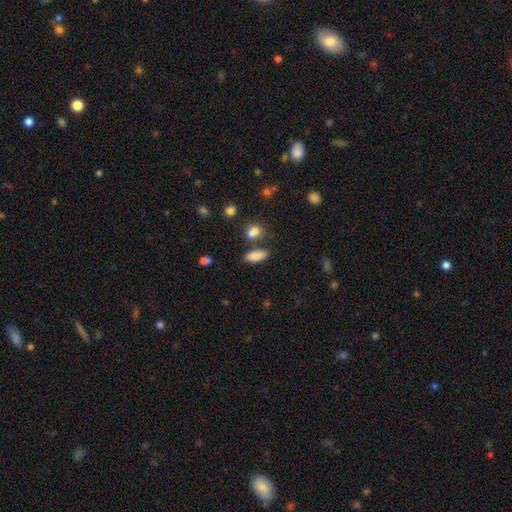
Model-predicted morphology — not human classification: Smooth or featured?
  - smooth: 84% *
  - star or artifact: 8%
  - featured or disk: 8%
How rounded?
  - in between: 81% *
  - cigar-shaped: 15%
  - round: 4%
Merging?
  - none: 70% *
  - minor disturbance: 13%
  - merger: 13%
  - major disturbance: 4%